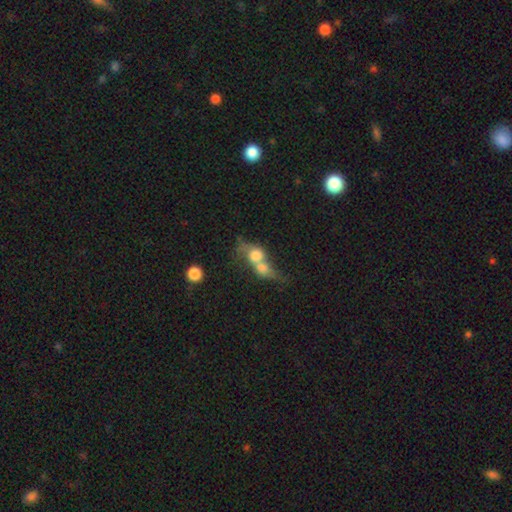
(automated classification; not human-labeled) Morphology: type=smooth (63%); roundness=round (49%); merging=merger (78%).